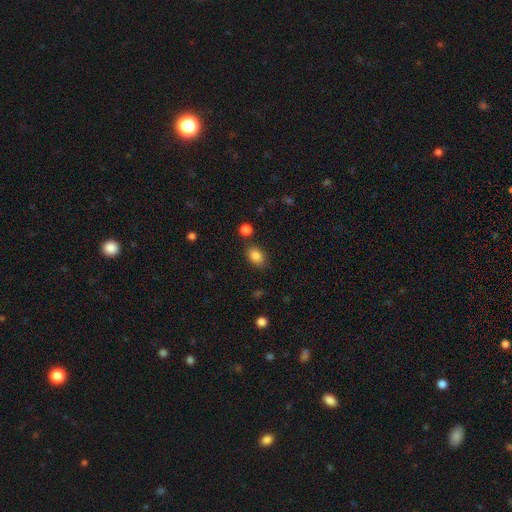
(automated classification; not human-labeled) Smooth or featured? Predicted: smooth (p=0.85). How rounded? Predicted: in between (p=0.77). Merging? Predicted: none (p=0.79).